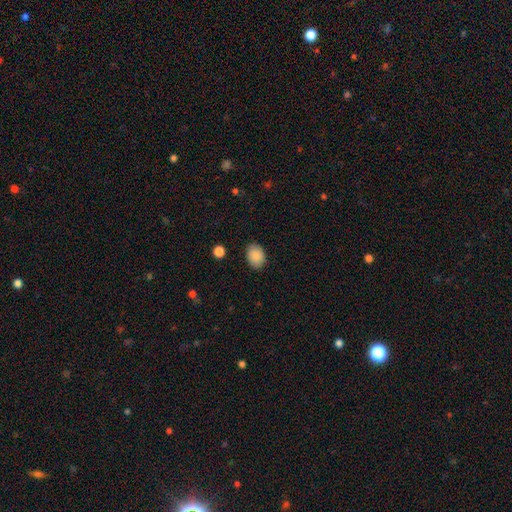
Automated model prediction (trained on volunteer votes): Smooth or featured? Predicted: smooth (p=0.88). How rounded? Predicted: in between (p=0.69). Merging? Predicted: none (p=0.85).